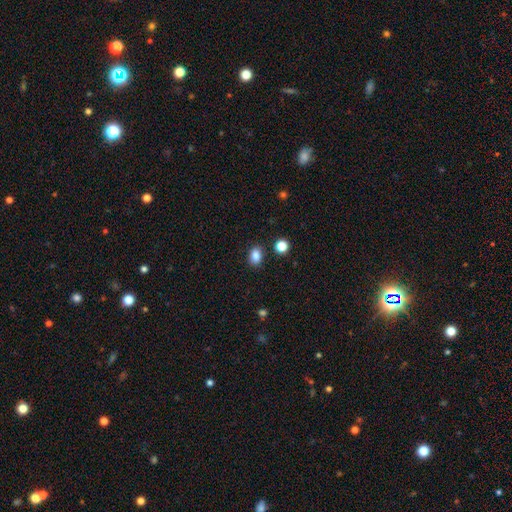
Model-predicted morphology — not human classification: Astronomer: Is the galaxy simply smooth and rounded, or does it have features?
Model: smooth — 85%.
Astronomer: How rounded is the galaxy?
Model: in between — 68%.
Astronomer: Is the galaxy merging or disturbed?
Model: none — 83%.